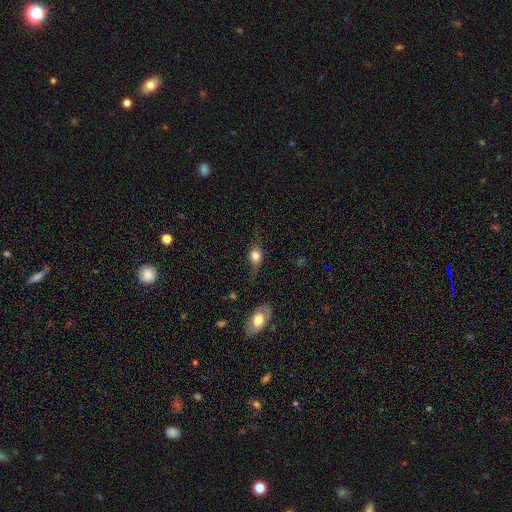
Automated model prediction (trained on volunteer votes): Morphology: type=smooth (58%); roundness=in between (56%); merging=none (57%).